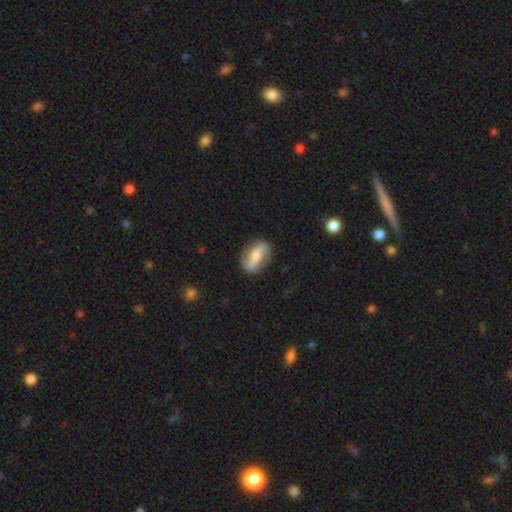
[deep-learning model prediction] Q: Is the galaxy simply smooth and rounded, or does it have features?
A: featured or disk — 68%.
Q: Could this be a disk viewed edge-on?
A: no — 94%.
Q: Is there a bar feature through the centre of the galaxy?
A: strong — 43%.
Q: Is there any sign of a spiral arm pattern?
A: yes — 87%.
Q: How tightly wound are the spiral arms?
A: loose — 54%.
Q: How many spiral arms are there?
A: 2 — 91%.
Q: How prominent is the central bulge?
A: moderate — 51%.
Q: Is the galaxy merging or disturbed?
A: none — 82%.